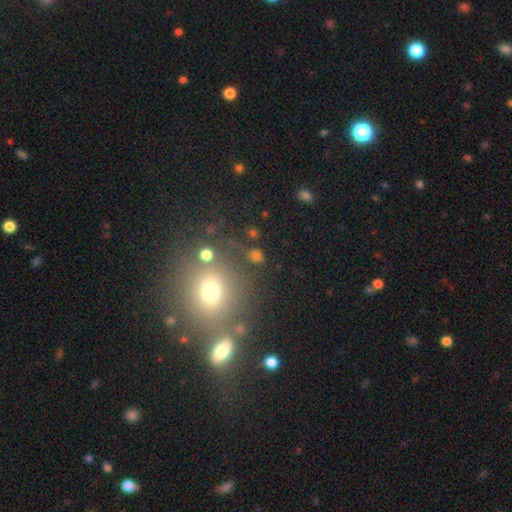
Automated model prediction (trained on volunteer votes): Smooth or featured: smooth — 66% (star or artifact — 25%)
How rounded: round — 57% (in between — 41%)
Merging: none — 74% (minor disturbance — 11%)